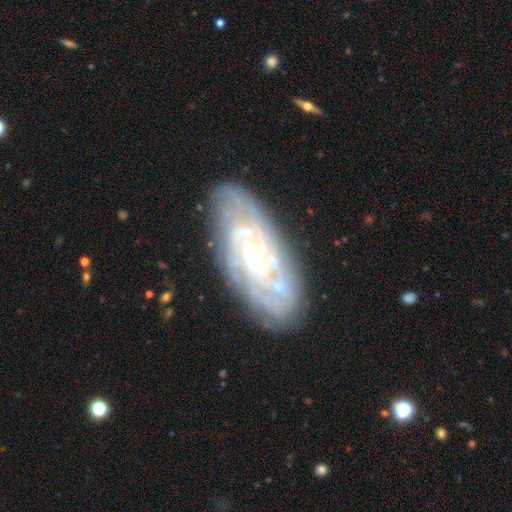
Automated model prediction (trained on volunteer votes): Smooth or featured? featured or disk (83%)
Edge-on disk? no (92%)
Bar? no (71%)
Spiral arms? yes (92%)
Spiral winding? tight (69%)
Spiral arm count? can't tell (42%)
Bulge size? small (61%)
Merging? none (76%)